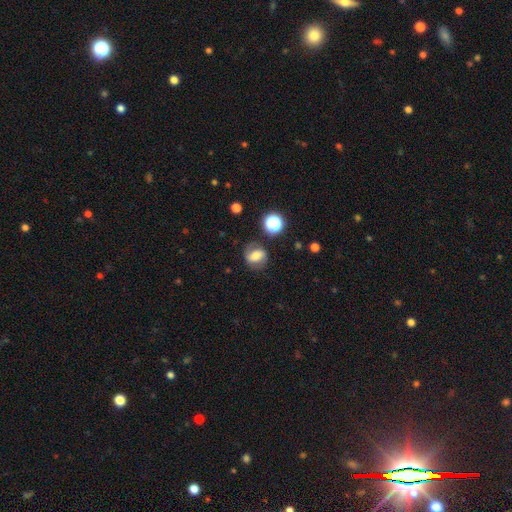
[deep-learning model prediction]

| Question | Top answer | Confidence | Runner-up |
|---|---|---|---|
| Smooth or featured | smooth | 48% | featured or disk (40%) |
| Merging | none | 74% | minor disturbance (16%) |